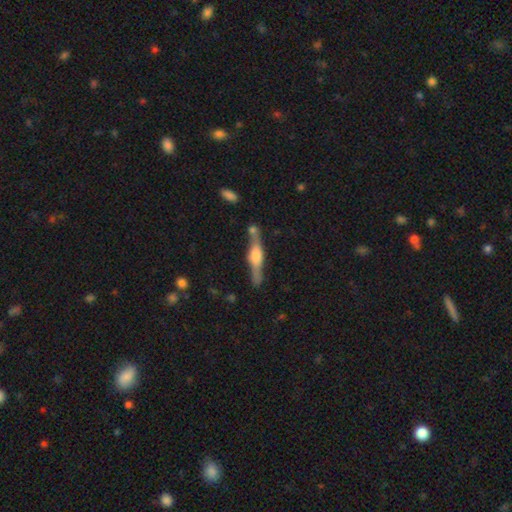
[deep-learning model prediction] This is likely a featured or disk galaxy (71%). It is clearly viewed edge-on (96%). Edge-on bulge: clearly rounded (84%). Merging: likely none (74%).